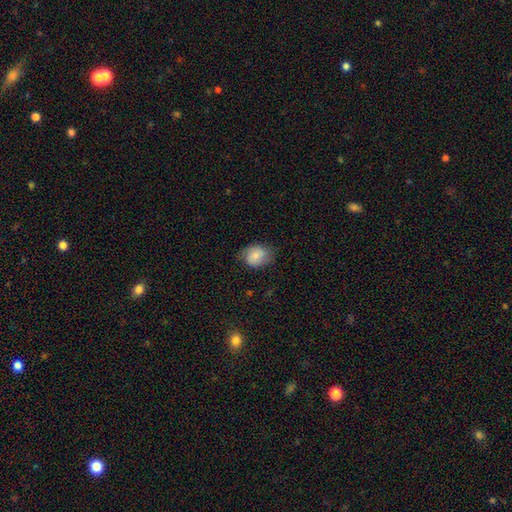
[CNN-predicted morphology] Smooth or featured? Predicted: smooth (p=0.77). How rounded? Predicted: in between (p=0.52). Merging? Predicted: none (p=0.71).